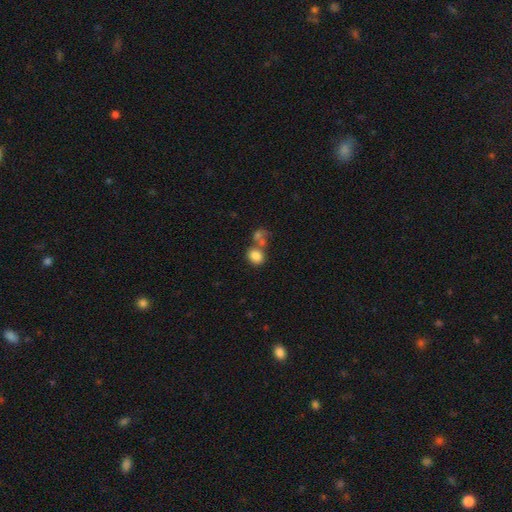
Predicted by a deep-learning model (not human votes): smooth-or-featured: smooth: 81% | star or artifact: 10% | featured or disk: 9%
  how-rounded: round: 54% | in between: 45% | cigar-shaped: 1%
  merging: none: 45% | merger: 38% | minor disturbance: 11% | major disturbance: 6%